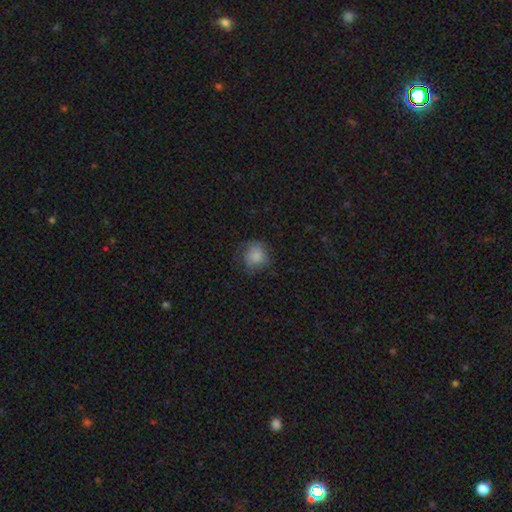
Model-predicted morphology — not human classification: smooth-or-featured: smooth: 78% | featured or disk: 13% | star or artifact: 9%
  how-rounded: round: 84% | in between: 15% | cigar-shaped: 1%
  merging: none: 64% | minor disturbance: 24% | major disturbance: 11% | merger: 1%